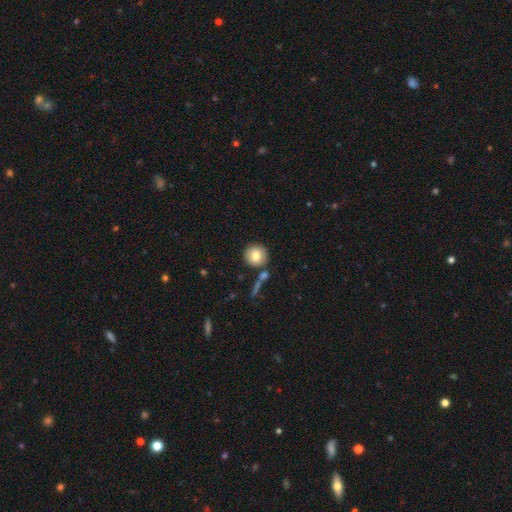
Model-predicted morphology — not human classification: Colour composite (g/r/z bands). It shows a smooth galaxy with no disk features (80%) that is round (91%). Merging: none (78%).